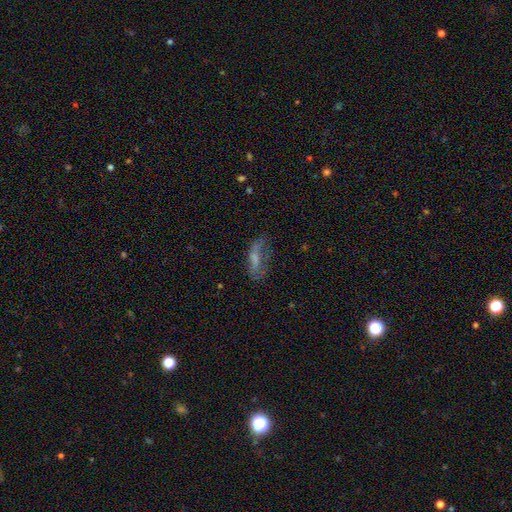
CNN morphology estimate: Q: Smooth or featured?
A: smooth (49%); runner-up: featured or disk (39%)
Q: Merging?
A: none (47%); runner-up: minor disturbance (27%)